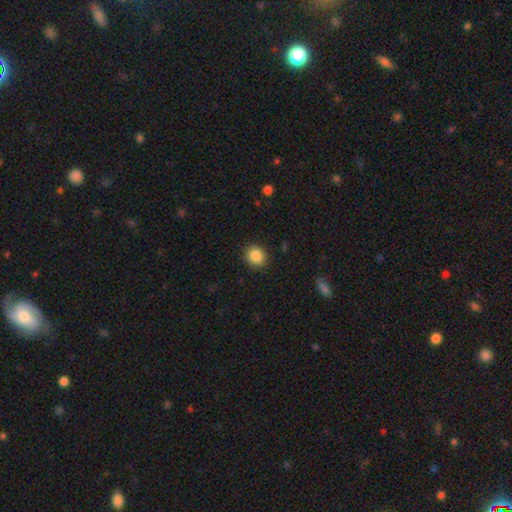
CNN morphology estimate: Overall: smooth (87%). How rounded: round (80%). Merging: none (90%).